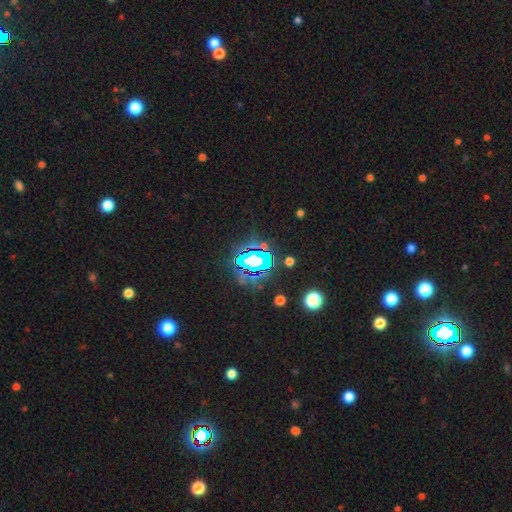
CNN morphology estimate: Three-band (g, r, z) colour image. It shows a star or artifact, not a galaxy (68%).